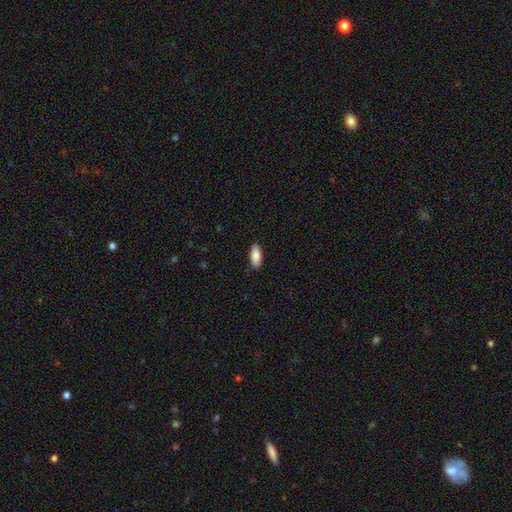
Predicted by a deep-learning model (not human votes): smooth-or-featured: smooth: 87% | featured or disk: 7% | star or artifact: 6%
  how-rounded: in between: 78% | cigar-shaped: 20% | round: 2%
  merging: none: 89% | minor disturbance: 8% | major disturbance: 2% | merger: 1%